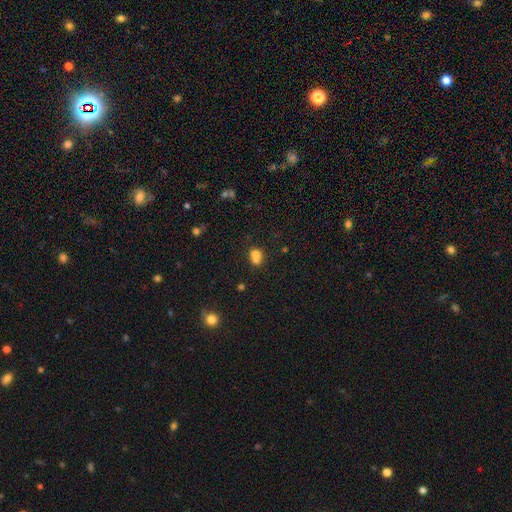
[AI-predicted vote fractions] A smooth galaxy with no disk features (72%) that is round (66%). Merging: merger (59%).